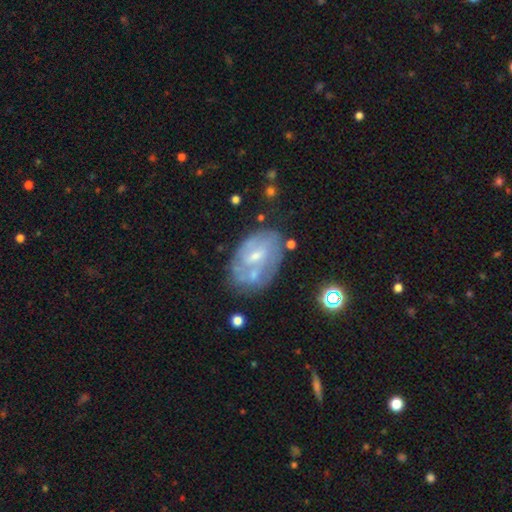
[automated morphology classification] type=featured or disk (66%); edge-on=no (95%); bar=weak (45%); spiral arms=yes (57%); bulge=small (61%); merging=none (53%).